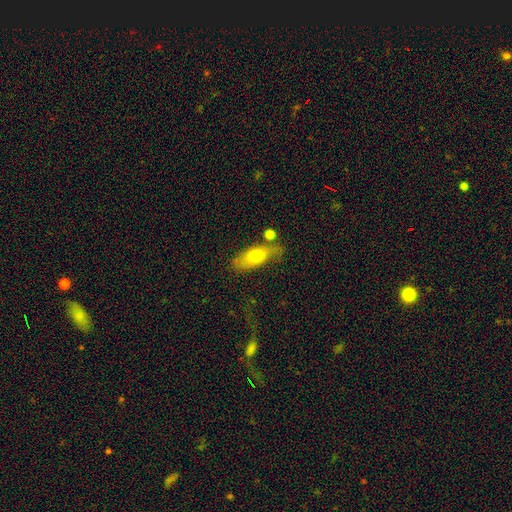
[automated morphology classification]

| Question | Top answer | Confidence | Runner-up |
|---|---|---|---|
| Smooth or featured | smooth | 67% | featured or disk (26%) |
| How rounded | in between | 76% | cigar-shaped (19%) |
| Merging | none | 58% | minor disturbance (23%) |